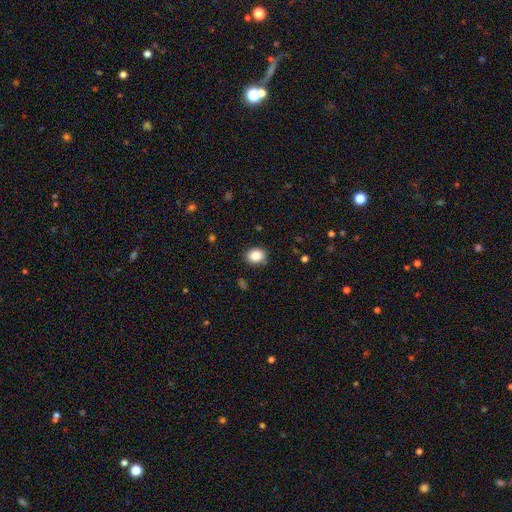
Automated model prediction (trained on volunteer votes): Smooth or featured?
  - smooth: 86% *
  - star or artifact: 9%
  - featured or disk: 5%
How rounded?
  - round: 52% *
  - in between: 48%
  - cigar-shaped: 1%
Merging?
  - none: 87% *
  - minor disturbance: 10%
  - major disturbance: 2%
  - merger: 1%